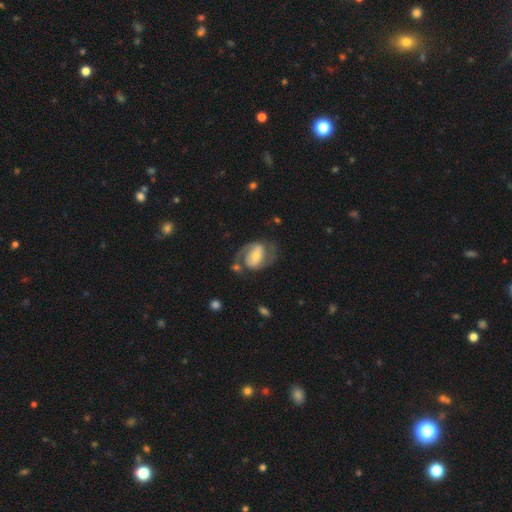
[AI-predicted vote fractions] This is likely a featured or disk galaxy (76%). It is clearly not viewed edge-on (97%). Bar: marginally weak (42%). Spiral arm pattern: clearly yes (89%). Spiral arm count: likely 2 (79%). Spiral winding: possibly medium (49%). Central bulge: possibly moderate (52%). Merging: possibly none (56%).